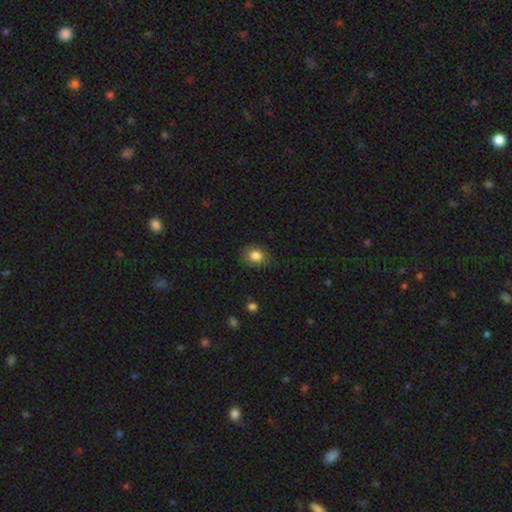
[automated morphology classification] Smooth or featured? Predicted: smooth (p=0.84). How rounded? Predicted: round (p=0.50). Merging? Predicted: none (p=0.80).